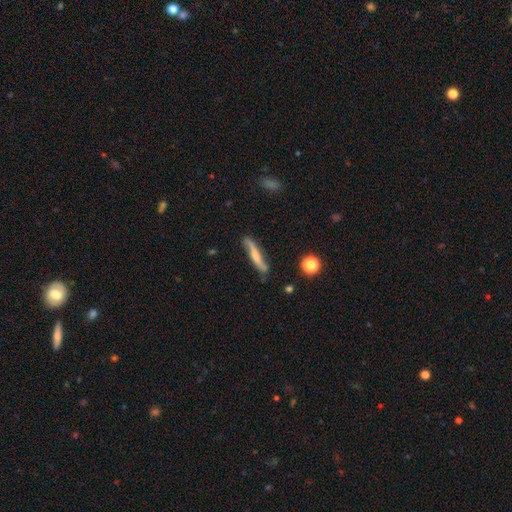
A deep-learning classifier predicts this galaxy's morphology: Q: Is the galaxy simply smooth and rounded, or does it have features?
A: featured or disk — 50%.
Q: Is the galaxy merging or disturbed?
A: none — 72%.